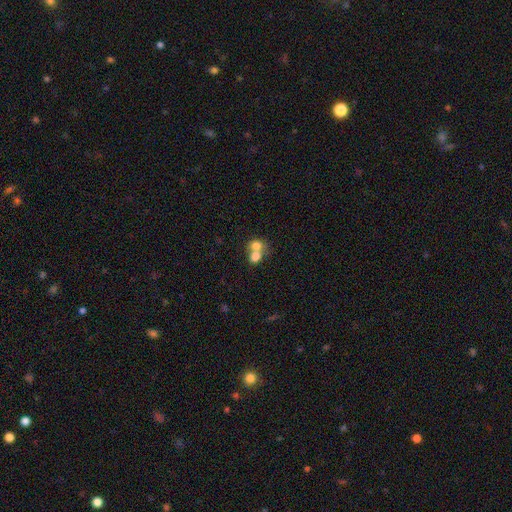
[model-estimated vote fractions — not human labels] A smooth galaxy with no disk features (74%) that is round (55%). Merging: merger (69%).